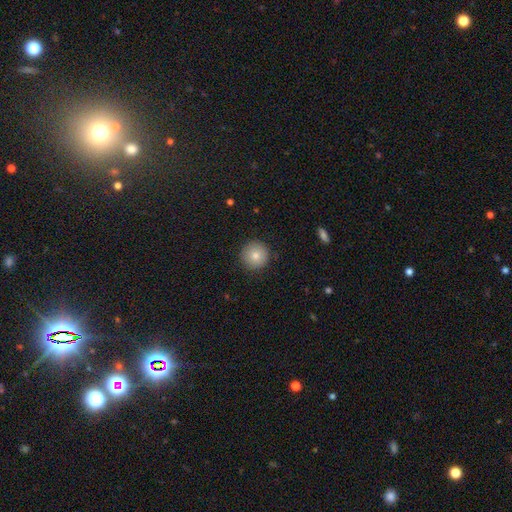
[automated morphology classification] This appears to be a smooth galaxy with no disk features (82%) that is round (96%). Merging: none (91%).